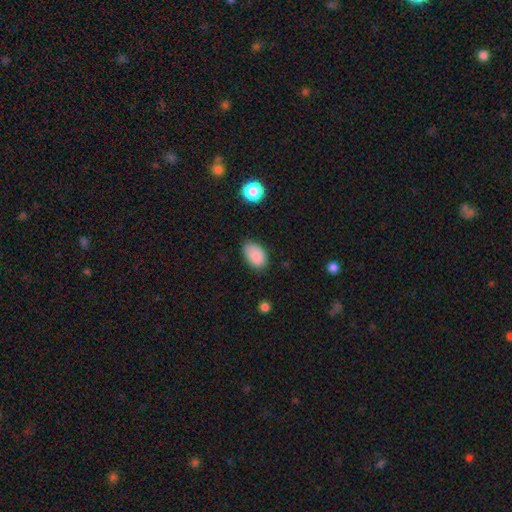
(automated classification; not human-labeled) Overall: smooth (87%). How rounded: in between (90%). Merging: none (72%).